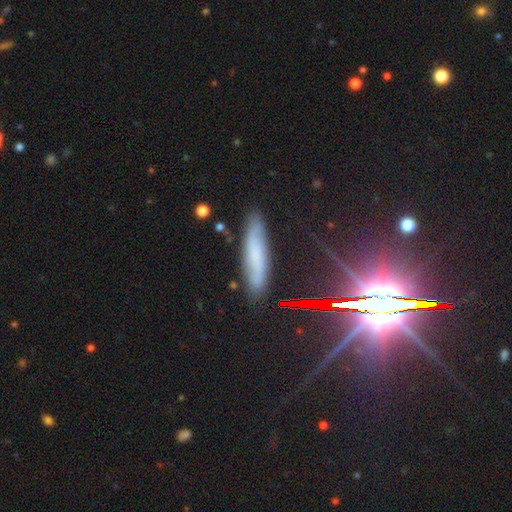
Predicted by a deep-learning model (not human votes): The model was most divided on "smooth or featured": smooth: 51%, featured or disk: 33%, star or artifact: 16%. More confident: how rounded — cigar-shaped (83%); merging — none (83%).